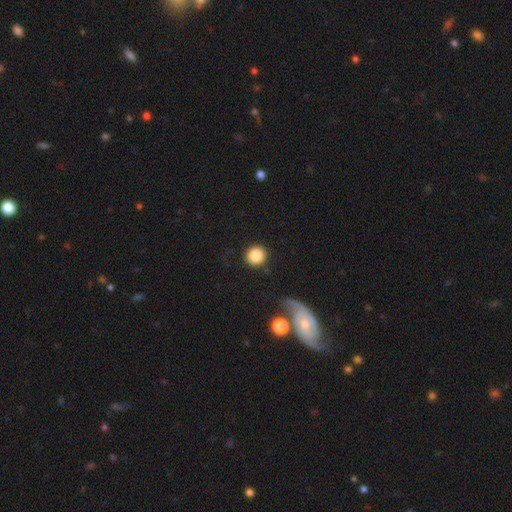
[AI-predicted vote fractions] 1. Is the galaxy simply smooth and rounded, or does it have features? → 85% smooth, 8% star or artifact, 6% featured or disk.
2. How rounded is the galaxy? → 93% round, 6% in between, 1% cigar-shaped.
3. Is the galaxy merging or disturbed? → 86% none, 8% minor disturbance, 4% major disturbance, 3% merger.